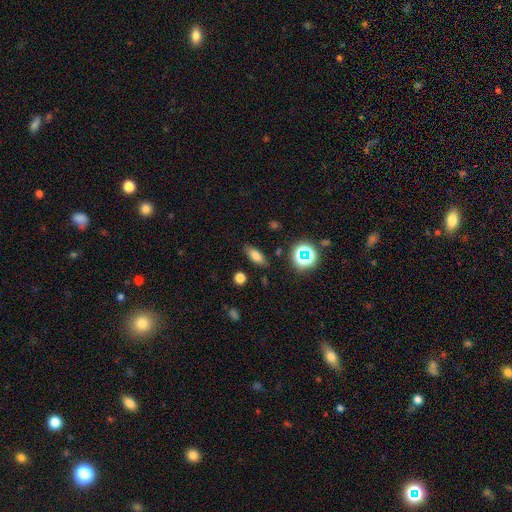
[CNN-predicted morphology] A smooth galaxy with no disk features (74%) that is in between round and cigar-shaped (72%).

Vote fractions:
- Smooth or featured? smooth: 74% / star or artifact: 15% / featured or disk: 11%
- How rounded? in between: 72% / cigar-shaped: 21% / round: 7%
- Merging? none: 84% / minor disturbance: 10% / major disturbance: 3% / merger: 2%